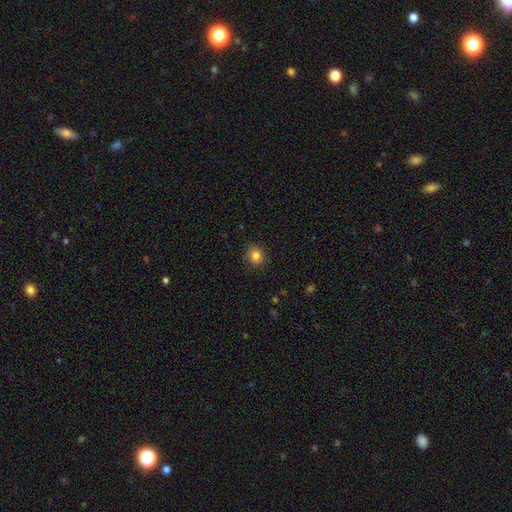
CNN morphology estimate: Smooth or featured: smooth — 84% (star or artifact — 11%)
How rounded: round — 81% (in between — 18%)
Merging: none — 89% (minor disturbance — 8%)